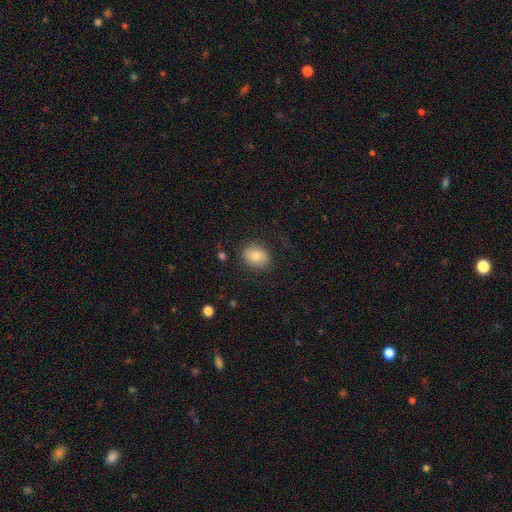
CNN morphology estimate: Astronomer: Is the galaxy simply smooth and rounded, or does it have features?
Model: smooth — 78%.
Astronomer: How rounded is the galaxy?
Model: round — 50% (runner-up: in between, 49%).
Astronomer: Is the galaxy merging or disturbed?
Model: none — 80%.